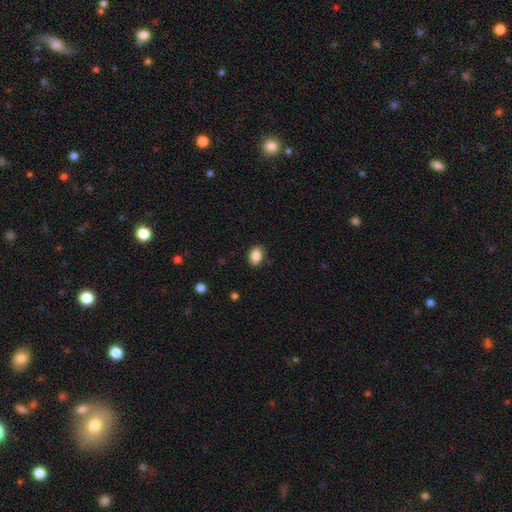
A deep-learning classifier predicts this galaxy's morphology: This is clearly a smooth galaxy (87%). How rounded: clearly in between (80%). Merging: clearly none (84%).